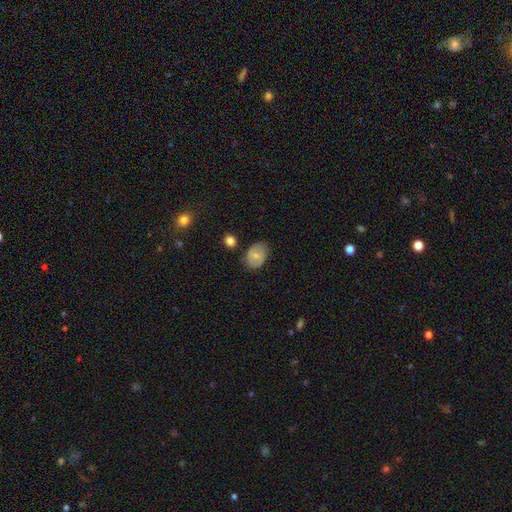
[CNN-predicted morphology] smooth-or-featured: smooth: 62% | featured or disk: 30% | star or artifact: 8%
  how-rounded: in between: 68% | round: 31% | cigar-shaped: 1%
  merging: none: 73% | minor disturbance: 19% | major disturbance: 4% | merger: 3%